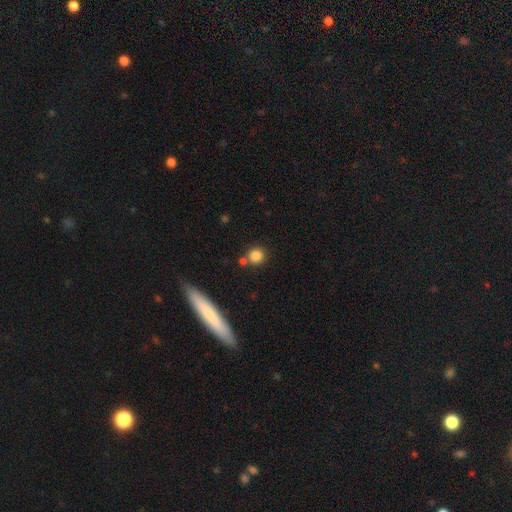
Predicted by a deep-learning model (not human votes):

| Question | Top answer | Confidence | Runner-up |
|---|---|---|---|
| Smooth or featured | smooth | 82% | star or artifact (11%) |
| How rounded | round | 90% | in between (8%) |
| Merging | none | 73% | merger (15%) |